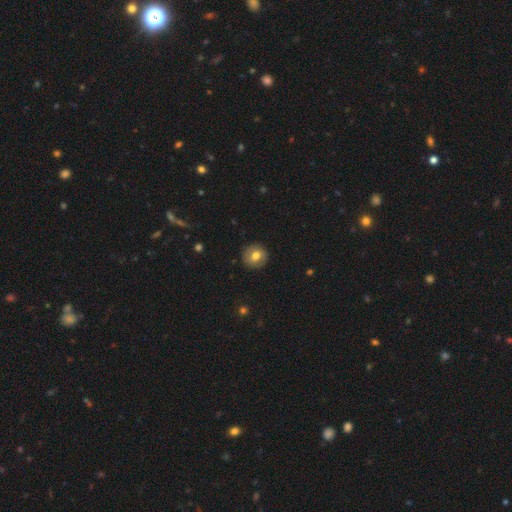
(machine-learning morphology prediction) type=smooth (70%); roundness=round (91%); merging=none (89%).